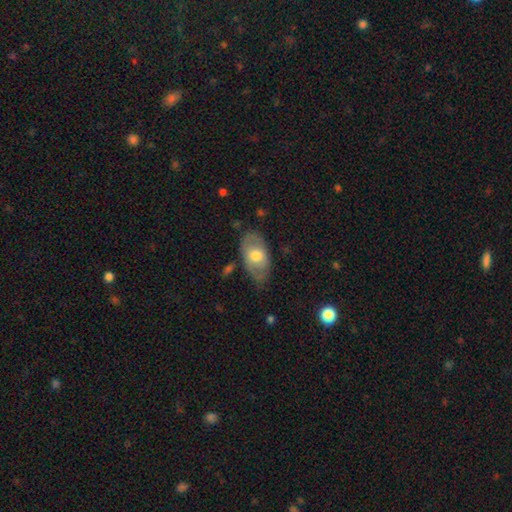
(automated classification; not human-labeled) smooth-or-featured: smooth: 60% | featured or disk: 34% | star or artifact: 6%
  how-rounded: in between: 92% | round: 6% | cigar-shaped: 2%
  merging: none: 67% | minor disturbance: 24% | major disturbance: 7% | merger: 3%